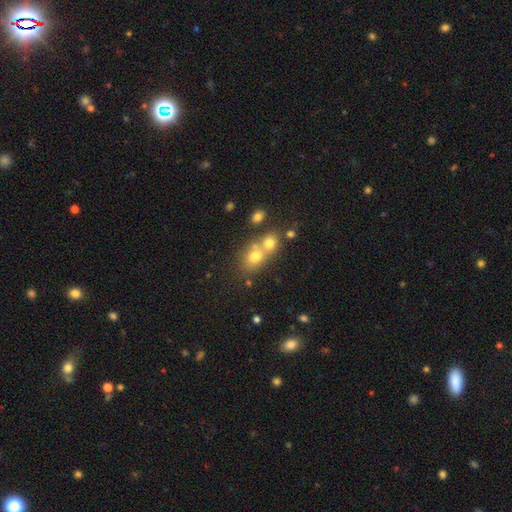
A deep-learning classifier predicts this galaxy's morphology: smooth-or-featured: smooth: 68% | featured or disk: 17% | star or artifact: 15%
  how-rounded: round: 60% | in between: 38% | cigar-shaped: 2%
  merging: merger: 53% | none: 36% | minor disturbance: 8% | major disturbance: 4%